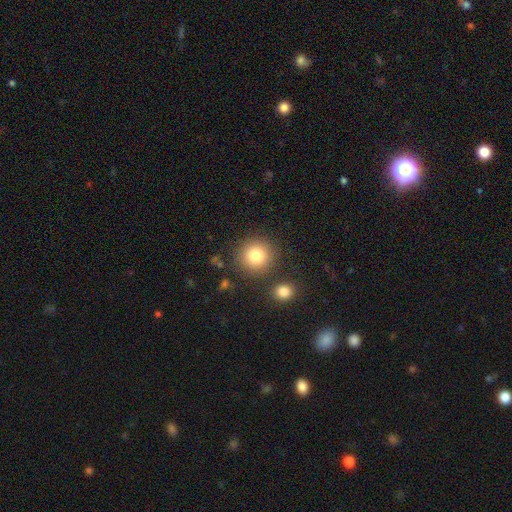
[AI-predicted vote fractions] Smooth or featured?
  - smooth: 82% *
  - star or artifact: 10%
  - featured or disk: 8%
How rounded?
  - round: 93% *
  - in between: 6%
  - cigar-shaped: 1%
Merging?
  - none: 83% *
  - minor disturbance: 8%
  - merger: 6%
  - major disturbance: 3%